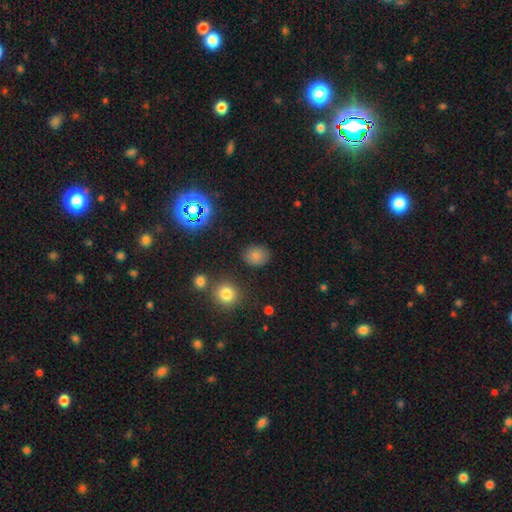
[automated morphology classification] A smooth galaxy with no disk features (76%) that is round (65%). Merging: none (84%).